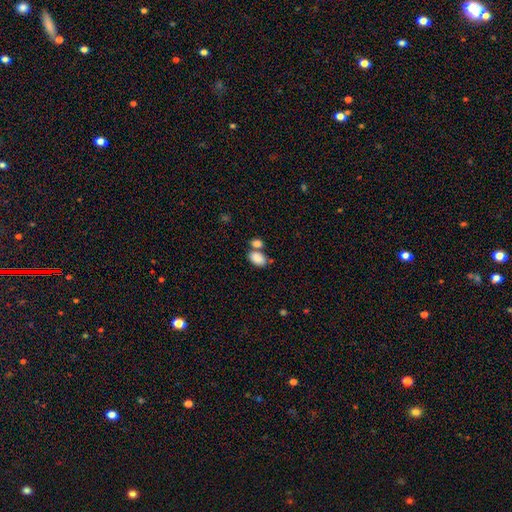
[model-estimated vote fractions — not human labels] Q: Smooth or featured?
A: smooth (87%); runner-up: star or artifact (8%)
Q: How rounded?
A: in between (90%); runner-up: round (9%)
Q: Merging?
A: none (47%); runner-up: merger (37%)